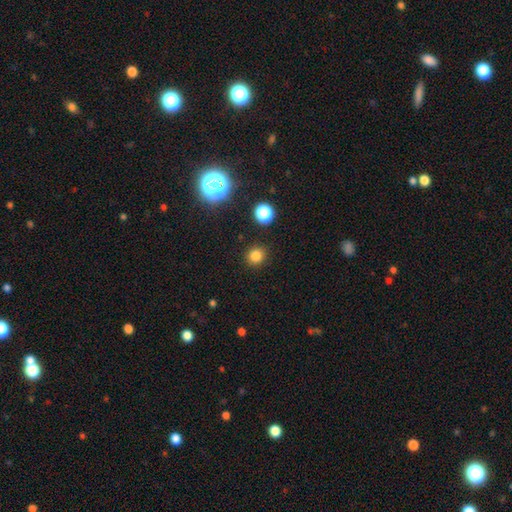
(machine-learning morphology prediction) smooth_or_featured: smooth (p=0.81) [alt: star or artifact p=0.15]
how_rounded: round (p=0.89) [alt: in between p=0.10]
merging: none (p=0.89) [alt: minor disturbance p=0.07]